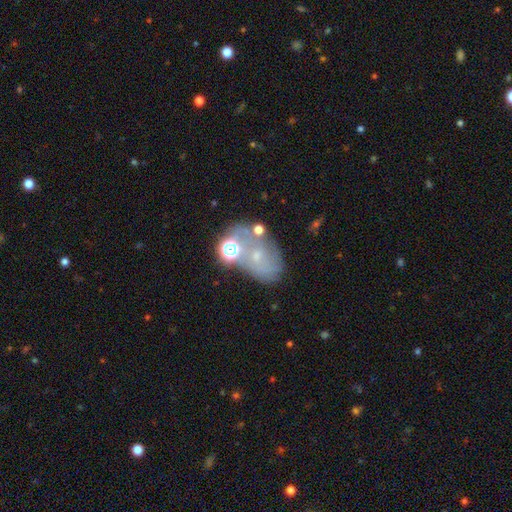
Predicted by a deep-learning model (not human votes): smooth-or-featured: featured or disk: 43% | smooth: 33% | star or artifact: 24%
  merging: none: 41% | merger: 24% | minor disturbance: 18% | major disturbance: 17%